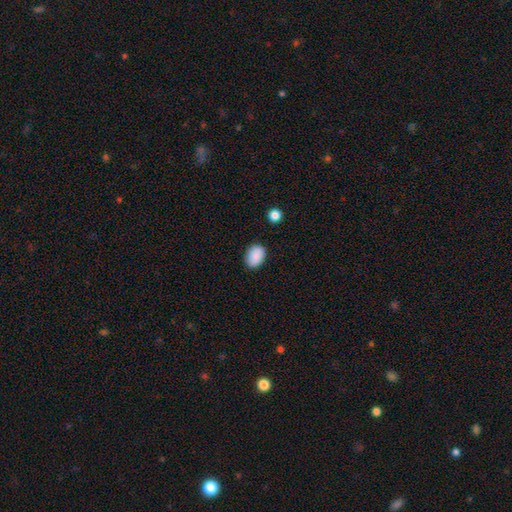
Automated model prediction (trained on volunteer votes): smooth-or-featured: smooth: 89% | star or artifact: 7% | featured or disk: 4%
  how-rounded: in between: 78% | round: 21% | cigar-shaped: 1%
  merging: none: 83% | minor disturbance: 12% | major disturbance: 3% | merger: 2%